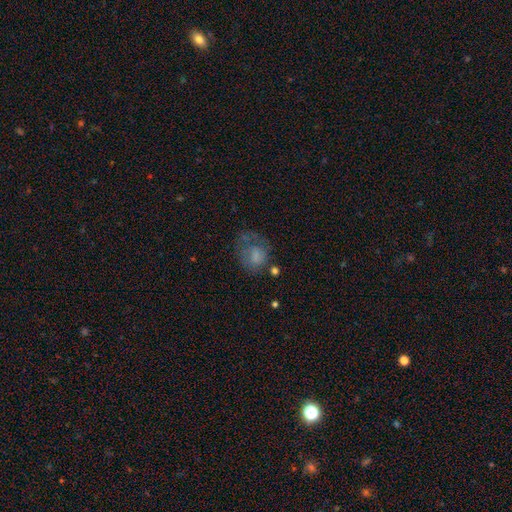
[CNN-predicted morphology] The model was most divided on "merging" (2-way tie): major disturbance: 35%, none: 35%, minor disturbance: 24%, merger: 7%. More confident: smooth or featured — smooth (61%); how rounded — round (56%).